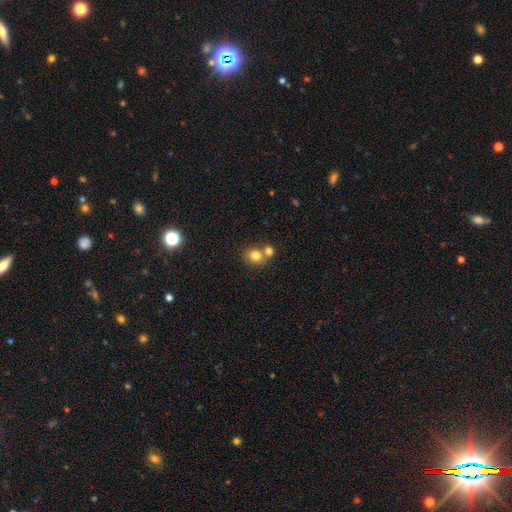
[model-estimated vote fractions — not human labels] Smooth or featured? smooth (79%)
How rounded? round (76%)
Merging? merger (46%)